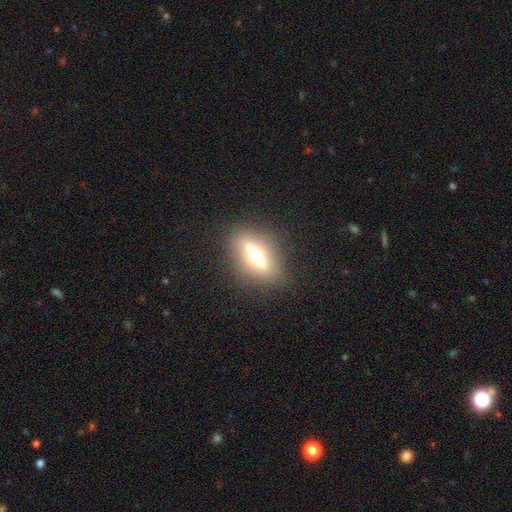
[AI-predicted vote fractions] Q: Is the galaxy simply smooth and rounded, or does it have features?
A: featured or disk — 65%.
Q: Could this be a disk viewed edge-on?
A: yes — 82%.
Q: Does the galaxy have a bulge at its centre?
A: rounded — 94%.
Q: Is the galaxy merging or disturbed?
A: none — 87%.